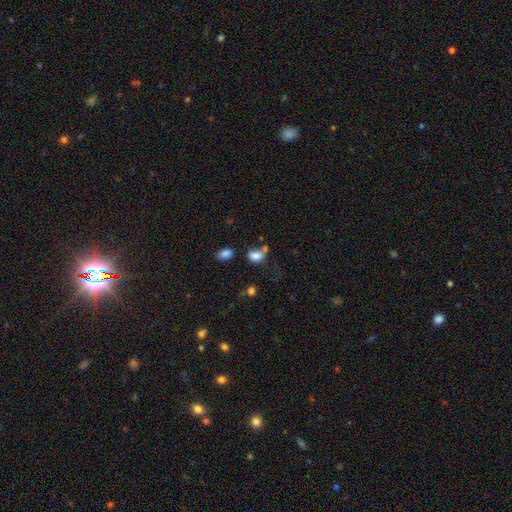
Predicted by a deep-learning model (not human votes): Overall: smooth (81%). How rounded: in between (73%). Merging: none (42%; merger 23%).